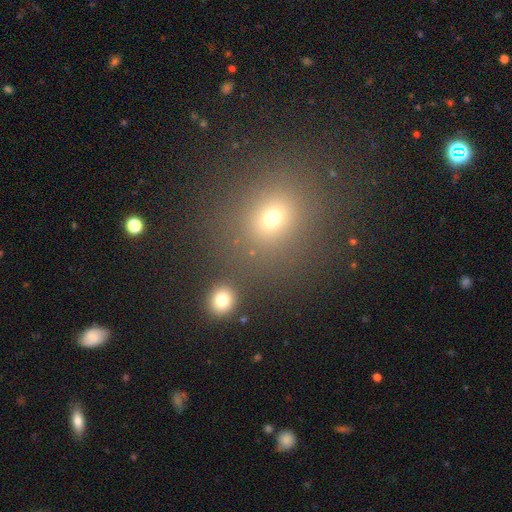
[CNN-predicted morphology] Smooth or featured? smooth (57%)
How rounded? round (79%)
Merging? none (86%)